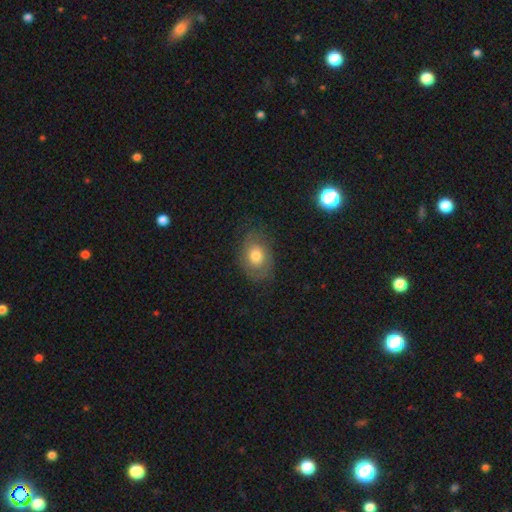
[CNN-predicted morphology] Smooth or featured: smooth — 54% (featured or disk — 37%)
How rounded: in between — 72% (round — 27%)
Merging: none — 71% (minor disturbance — 19%)